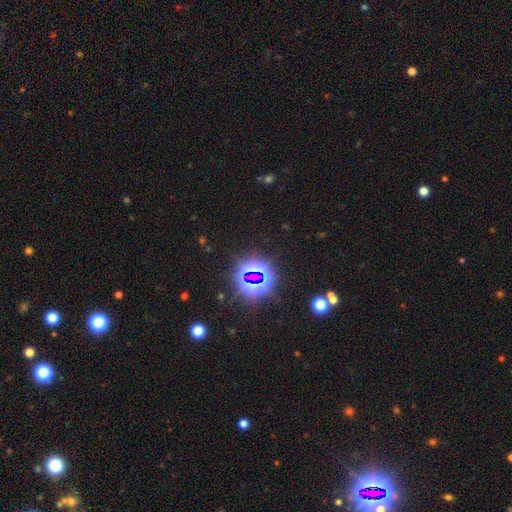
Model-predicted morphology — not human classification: A star or artifact, not a galaxy (75%).